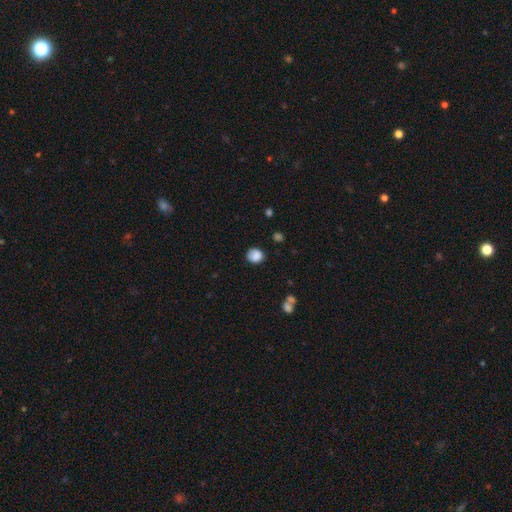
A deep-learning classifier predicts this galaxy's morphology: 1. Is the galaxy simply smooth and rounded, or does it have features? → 86% smooth, 9% star or artifact, 5% featured or disk.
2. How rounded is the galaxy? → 72% round, 27% in between, 1% cigar-shaped.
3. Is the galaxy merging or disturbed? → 75% none, 18% minor disturbance, 4% major disturbance, 2% merger.